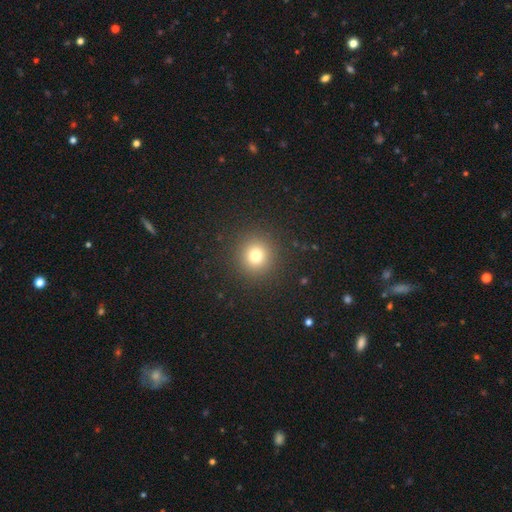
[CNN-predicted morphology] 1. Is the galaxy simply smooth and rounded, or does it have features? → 76% smooth, 16% star or artifact, 8% featured or disk.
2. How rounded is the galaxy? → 93% round, 6% in between, 1% cigar-shaped.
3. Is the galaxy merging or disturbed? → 90% none, 6% minor disturbance, 3% major disturbance, 1% merger.